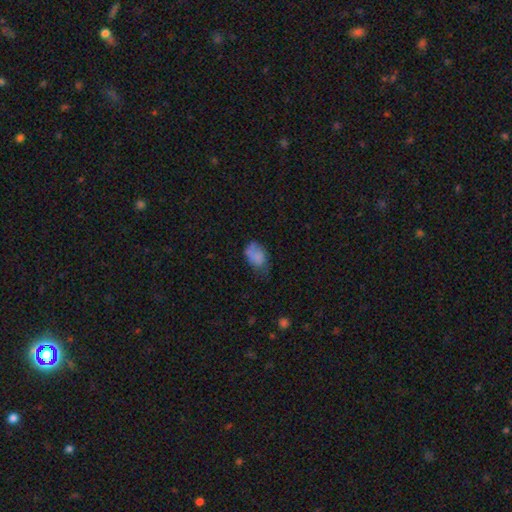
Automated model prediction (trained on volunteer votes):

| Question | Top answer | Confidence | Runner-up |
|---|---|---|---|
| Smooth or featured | smooth | 75% | featured or disk (15%) |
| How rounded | in between | 85% | round (14%) |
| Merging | none | 42% | minor disturbance (35%) |